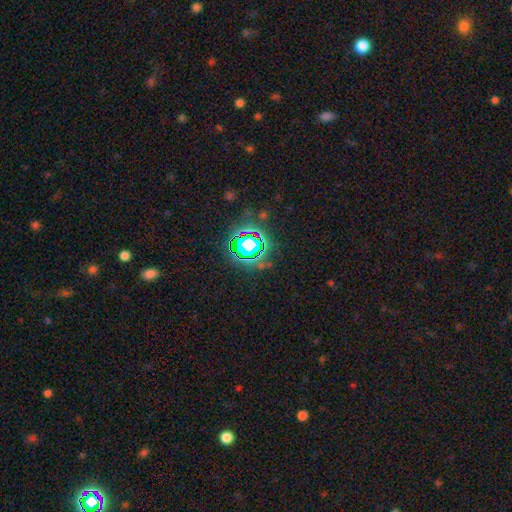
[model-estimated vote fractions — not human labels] smooth-or-featured: star or artifact: 81% | smooth: 12% | featured or disk: 7%